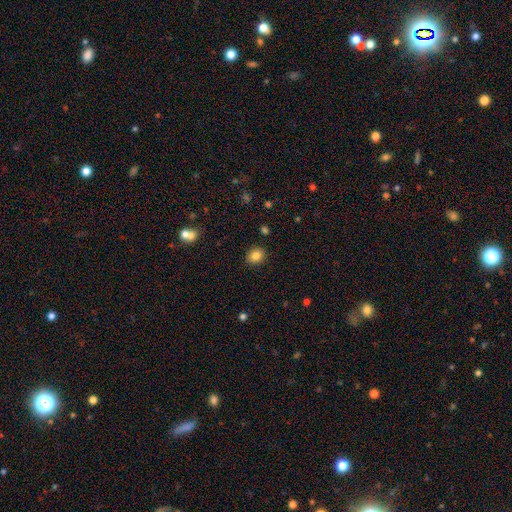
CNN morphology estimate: This is clearly a smooth galaxy (84%). How rounded: likely round (61%). Merging: clearly none (89%).